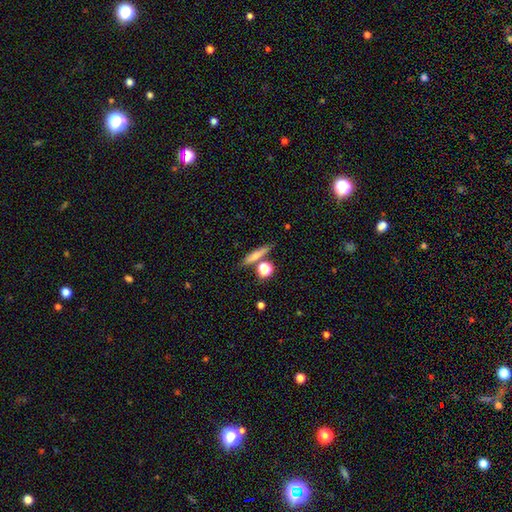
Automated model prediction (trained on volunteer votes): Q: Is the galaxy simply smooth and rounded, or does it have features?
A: smooth — 71%.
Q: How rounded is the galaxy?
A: cigar-shaped — 71%.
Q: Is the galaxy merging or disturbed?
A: none — 72%.